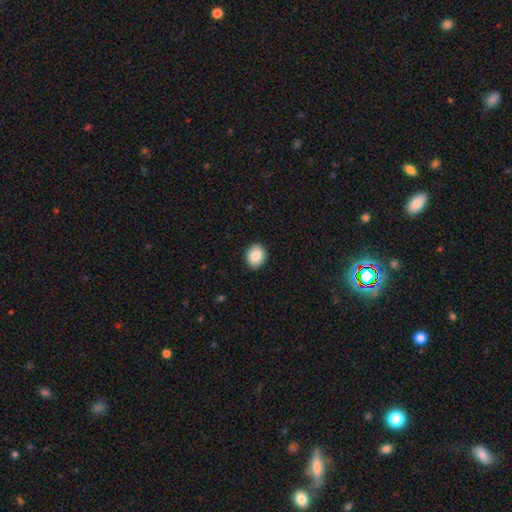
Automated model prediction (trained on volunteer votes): Smooth or featured? smooth (87%)
How rounded? round (51%)
Merging? none (90%)